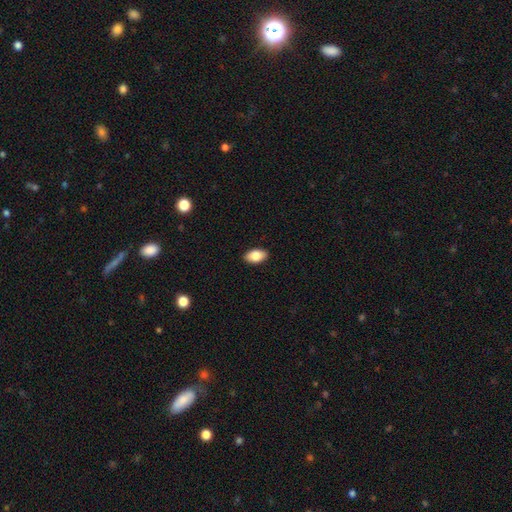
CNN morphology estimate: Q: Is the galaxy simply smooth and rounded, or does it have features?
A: smooth — 83%.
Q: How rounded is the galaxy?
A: in between — 92%.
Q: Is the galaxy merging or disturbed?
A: none — 90%.